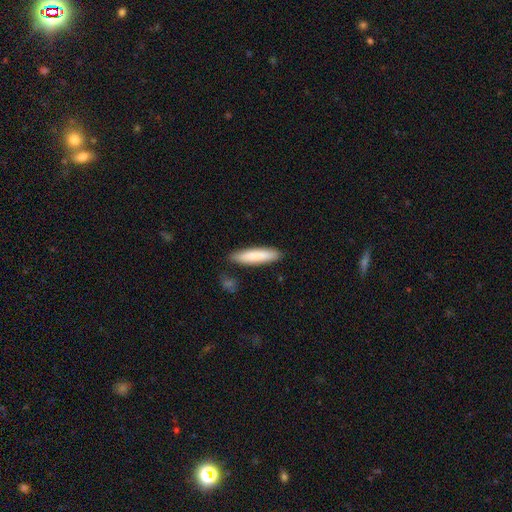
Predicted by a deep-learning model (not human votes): Morphology: type=smooth (84%); roundness=cigar-shaped (81%); merging=none (85%).